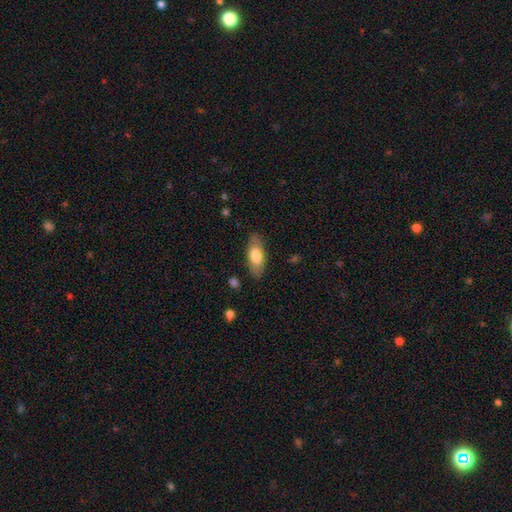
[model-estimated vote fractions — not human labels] Morphology: type=smooth (74%); roundness=in between (85%); merging=none (85%).